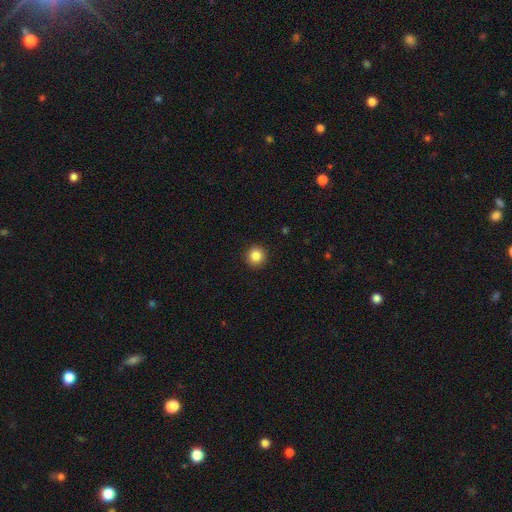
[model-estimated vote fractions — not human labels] The model was most divided on "smooth or featured": smooth: 86%, star or artifact: 10%, featured or disk: 4%. More confident: how rounded — round (94%); merging — none (93%).